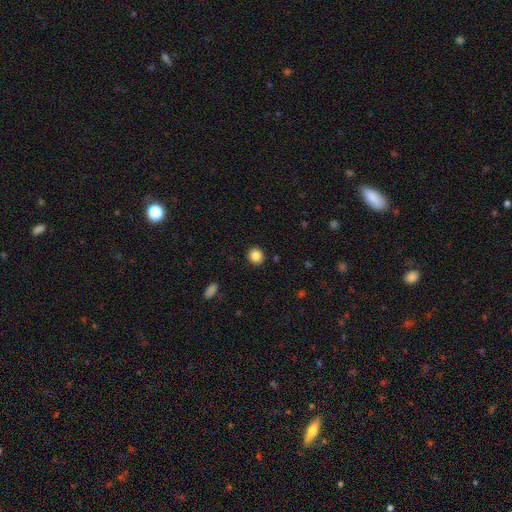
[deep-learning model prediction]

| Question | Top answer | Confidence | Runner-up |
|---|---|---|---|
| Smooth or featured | smooth | 86% | star or artifact (10%) |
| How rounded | round | 86% | in between (14%) |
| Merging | none | 91% | minor disturbance (6%) |